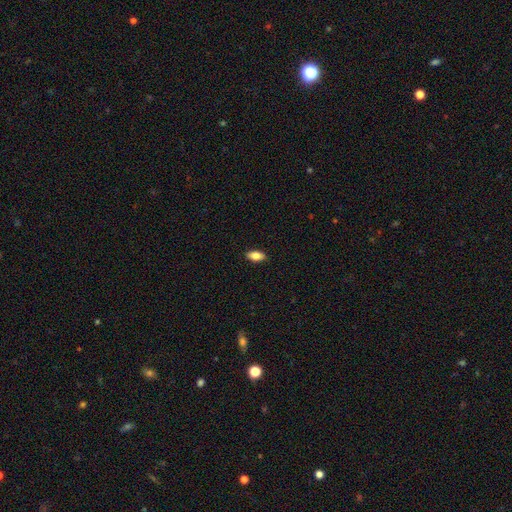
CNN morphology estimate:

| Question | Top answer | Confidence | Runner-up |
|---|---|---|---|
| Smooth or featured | smooth | 79% | featured or disk (14%) |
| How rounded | in between | 87% | cigar-shaped (10%) |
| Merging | none | 89% | minor disturbance (8%) |